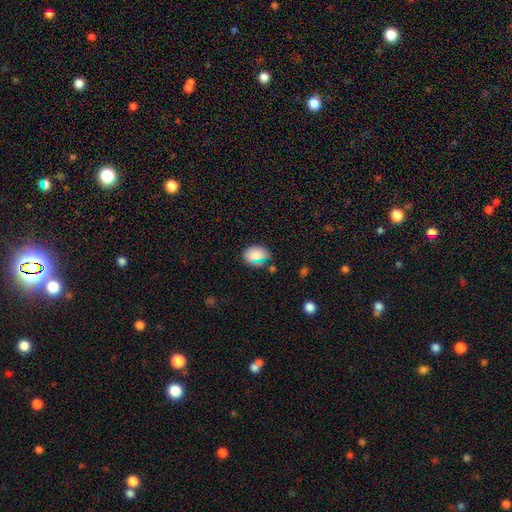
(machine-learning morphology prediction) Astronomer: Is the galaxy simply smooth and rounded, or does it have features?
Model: smooth — 80%.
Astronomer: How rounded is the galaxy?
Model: in between — 62%.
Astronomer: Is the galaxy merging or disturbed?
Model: none — 68%.